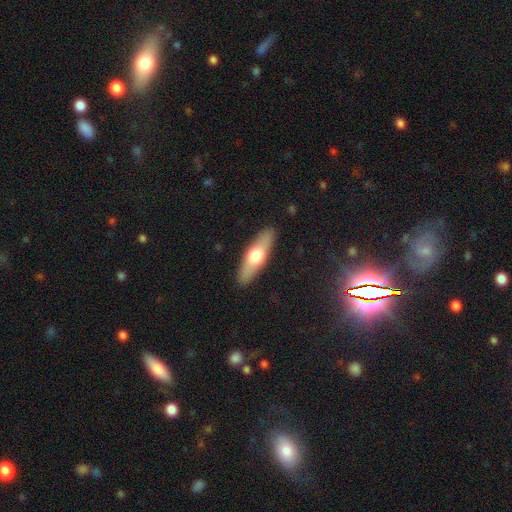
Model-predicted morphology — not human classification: smooth-or-featured: smooth: 56% | featured or disk: 39% | star or artifact: 5%
  how-rounded: cigar-shaped: 56% | in between: 41% | round: 3%
  merging: none: 89% | minor disturbance: 8% | major disturbance: 2% | merger: 1%